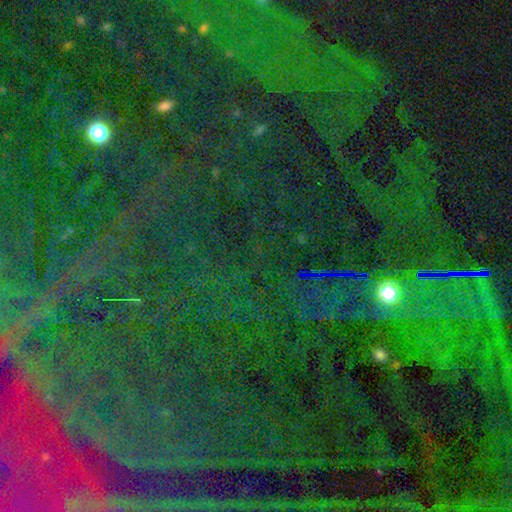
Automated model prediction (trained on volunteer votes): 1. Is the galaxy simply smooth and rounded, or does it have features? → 83% star or artifact, 10% smooth, 7% featured or disk.